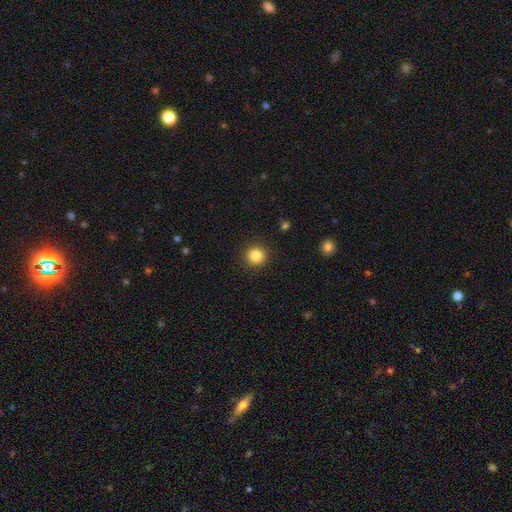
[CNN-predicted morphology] Smooth or featured: smooth — 84% (star or artifact — 11%)
How rounded: round — 93% (in between — 6%)
Merging: none — 91% (minor disturbance — 6%)